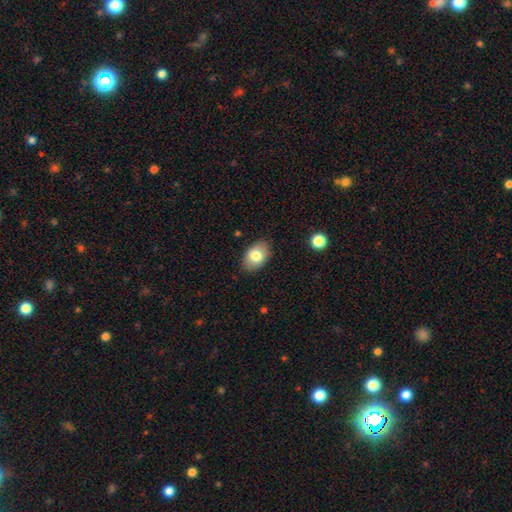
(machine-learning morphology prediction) smooth-or-featured: smooth: 80% | featured or disk: 12% | star or artifact: 8%
  how-rounded: in between: 85% | round: 14% | cigar-shaped: 1%
  merging: none: 85% | minor disturbance: 11% | major disturbance: 2% | merger: 1%